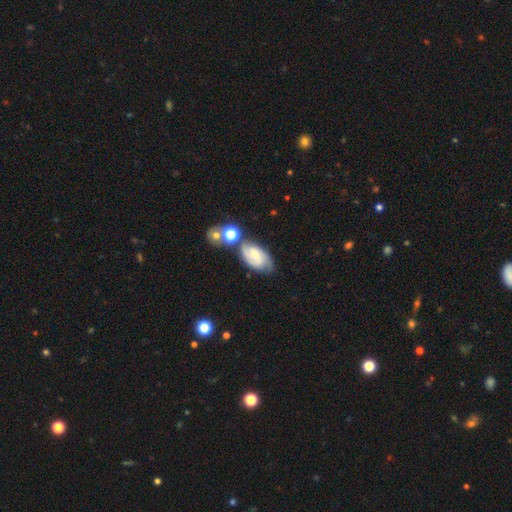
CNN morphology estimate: A featured or disk galaxy (62%) with a weak bar (45%), 2 (64%) medium (43%) spiral arms (89%) and a small central bulge (48%).

Vote fractions:
- Smooth or featured? featured or disk: 62% / smooth: 29% / star or artifact: 9%
- Edge-on disk? no: 95% / yes: 5%
- Bar? weak: 45% / no: 44% / strong: 12%
- Spiral arms? yes: 89% / no: 11%
- Spiral winding? medium: 43% / tight: 41% / loose: 15%
- Spiral arm count? 2: 64% / can't tell: 20% / 3: 7% / 1: 6% / 4: 2% / more than 4: 2%
- Bulge size? small: 48% / moderate: 34% / none: 12% / large: 5% / dominant: 2%
- Merging? none: 54% / minor disturbance: 22% / merger: 15% / major disturbance: 9%